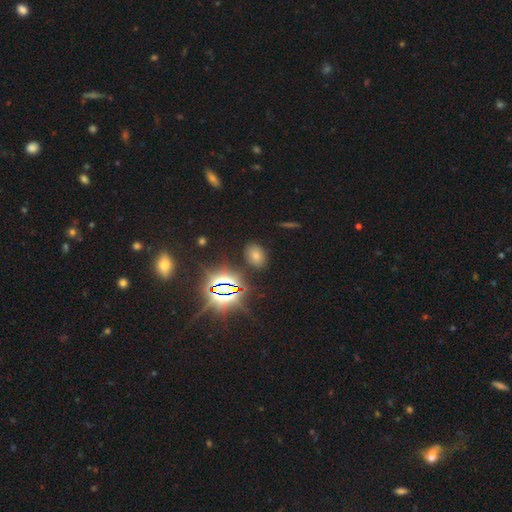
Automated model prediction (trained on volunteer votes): Smooth or featured: smooth — 58% (star or artifact — 32%)
How rounded: in between — 77% (round — 21%)
Merging: none — 85% (minor disturbance — 9%)